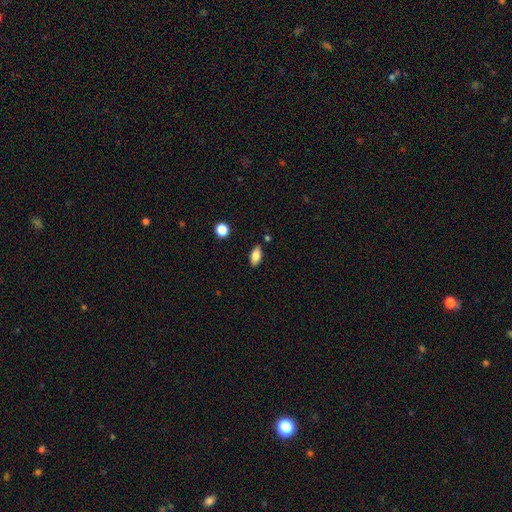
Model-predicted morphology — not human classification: This appears to be a smooth galaxy with no disk features (84%) that is in between round and cigar-shaped (90%). Merging: none (84%).